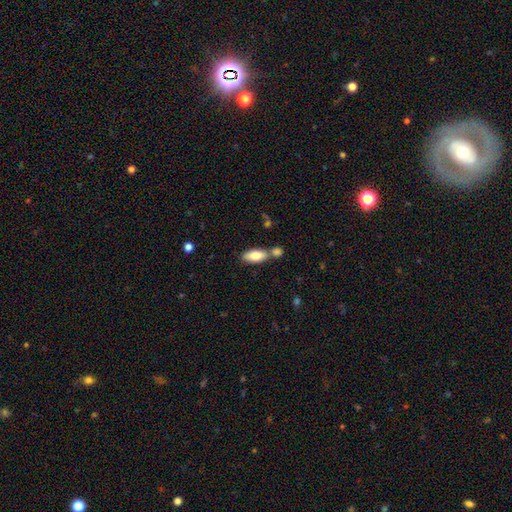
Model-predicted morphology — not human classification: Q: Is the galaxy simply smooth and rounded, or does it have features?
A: smooth — 78%.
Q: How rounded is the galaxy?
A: in between — 81%.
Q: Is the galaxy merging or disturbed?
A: none — 59%.